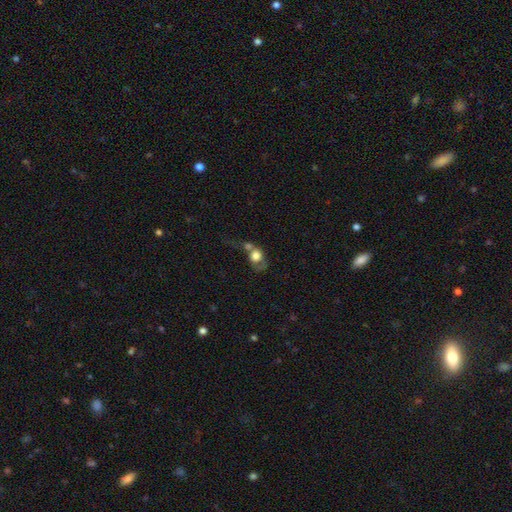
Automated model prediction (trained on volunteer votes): Smooth or featured? Predicted: smooth (p=0.67). How rounded? Predicted: round (p=0.60). Merging? Predicted: merger (p=0.54).